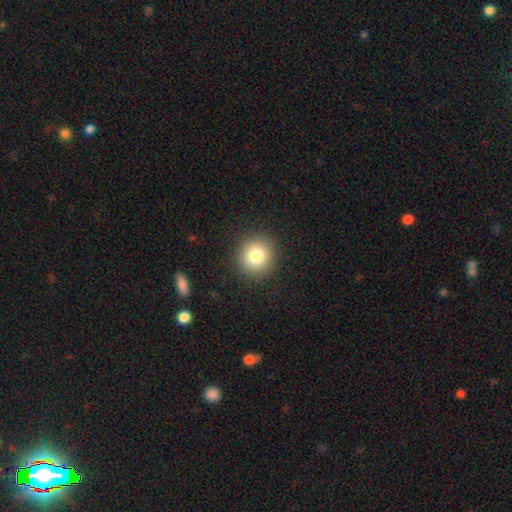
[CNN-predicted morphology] A smooth galaxy with no disk features (81%) that is round (91%).

Vote fractions:
- Smooth or featured? smooth: 81% / star or artifact: 11% / featured or disk: 8%
- How rounded? round: 91% / in between: 8% / cigar-shaped: 1%
- Merging? none: 91% / minor disturbance: 6% / major disturbance: 2% / merger: 1%